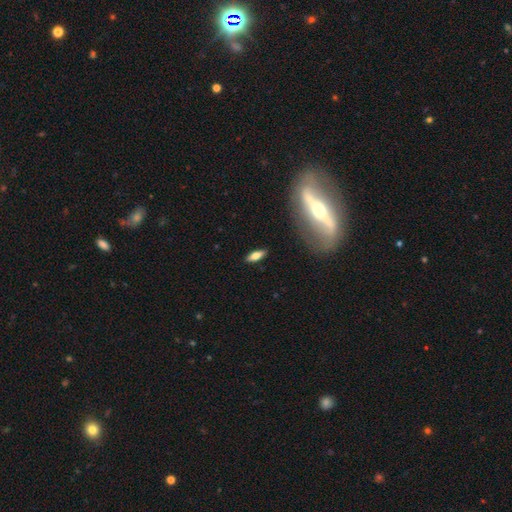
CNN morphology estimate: Smooth or featured? Predicted: smooth (p=0.67). How rounded? Predicted: in between (p=0.61). Merging? Predicted: none (p=0.86).